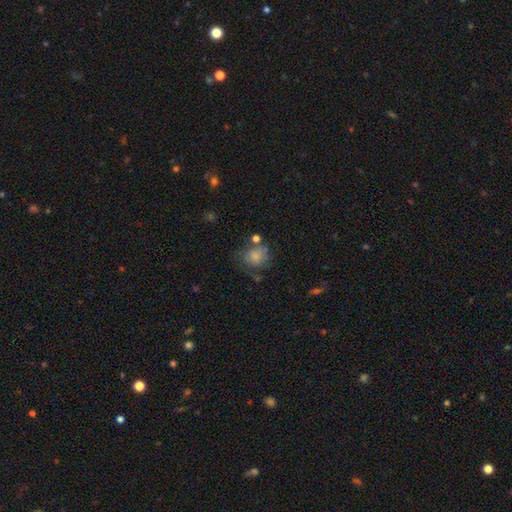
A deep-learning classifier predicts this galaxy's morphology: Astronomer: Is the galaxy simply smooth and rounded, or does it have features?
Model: smooth — 77%.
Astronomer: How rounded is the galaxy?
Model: round — 76%.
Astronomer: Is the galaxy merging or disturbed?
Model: none — 54%.